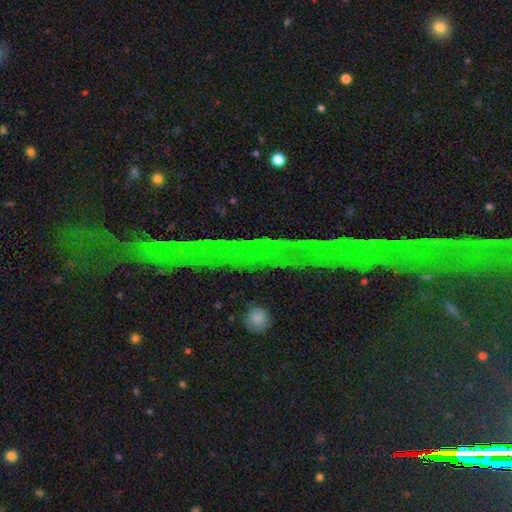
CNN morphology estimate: smooth-or-featured: star or artifact: 72% | smooth: 14% | featured or disk: 14%